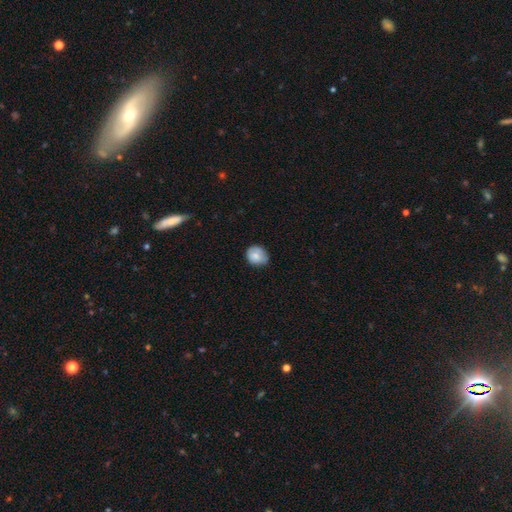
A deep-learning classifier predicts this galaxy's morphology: This is likely a smooth galaxy (77%). How rounded: likely round (68%). Merging: likely none (64%).